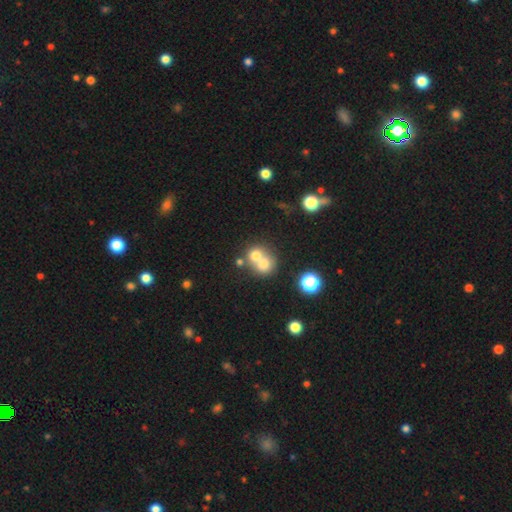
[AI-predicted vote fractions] Smooth or featured? smooth (70%)
How rounded? round (80%)
Merging? merger (62%)